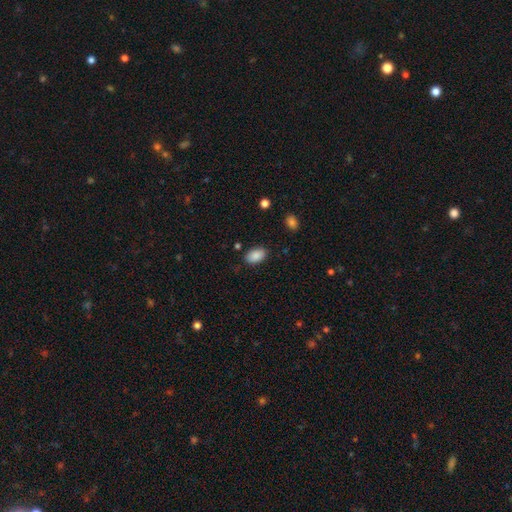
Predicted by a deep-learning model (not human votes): Smooth or featured? smooth (88%)
How rounded? in between (91%)
Merging? none (84%)